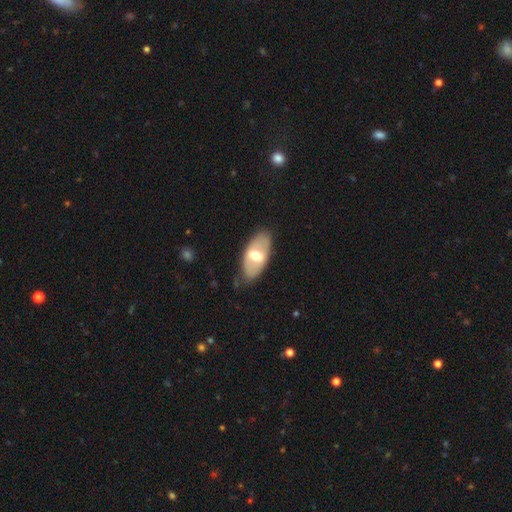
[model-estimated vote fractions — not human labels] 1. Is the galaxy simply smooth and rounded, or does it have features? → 49% smooth, 46% featured or disk, 6% star or artifact.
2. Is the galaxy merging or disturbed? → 78% none, 16% minor disturbance, 4% major disturbance, 1% merger.